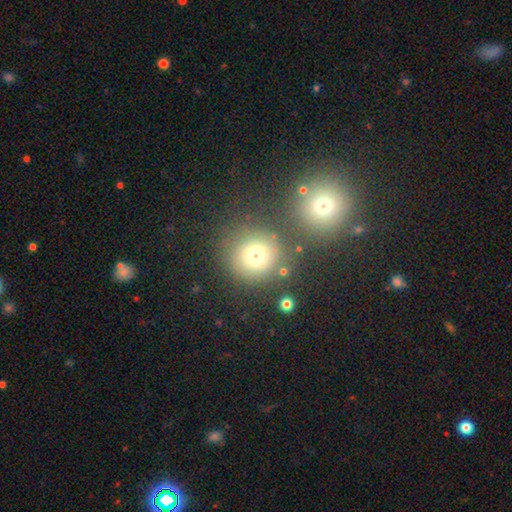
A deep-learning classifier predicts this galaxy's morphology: smooth 72%, star or artifact 15%, featured or disk 13%. Down the decision tree: how rounded — round (90%); merging — none (71%).